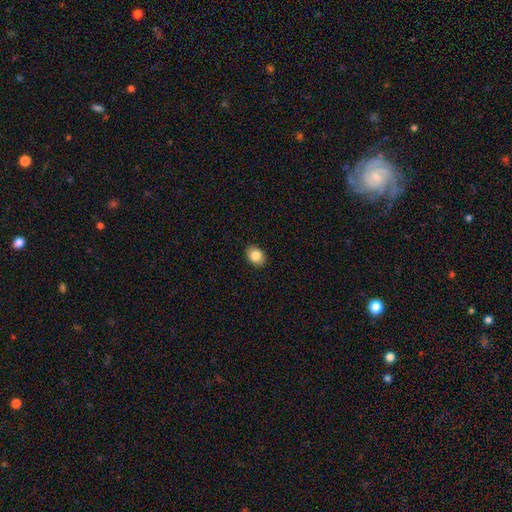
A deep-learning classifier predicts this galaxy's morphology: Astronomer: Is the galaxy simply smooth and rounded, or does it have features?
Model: smooth — 86%.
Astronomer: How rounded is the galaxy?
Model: in between — 65%.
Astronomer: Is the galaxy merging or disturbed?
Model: none — 90%.